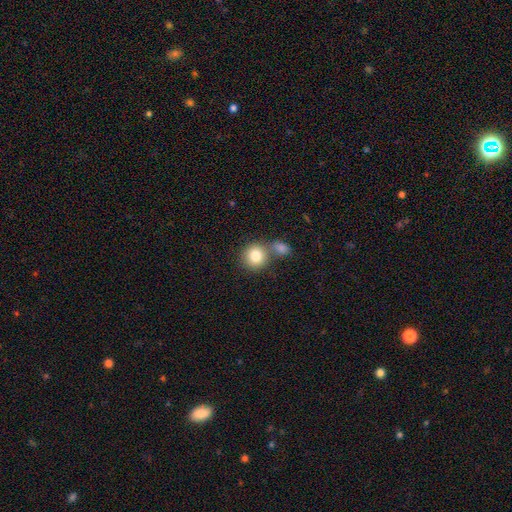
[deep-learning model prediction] A smooth galaxy with no disk features (82%) that is round (87%).

Vote fractions:
- Smooth or featured? smooth: 82% / featured or disk: 9% / star or artifact: 9%
- How rounded? round: 87% / in between: 12% / cigar-shaped: 1%
- Merging? none: 53% / merger: 34% / minor disturbance: 9% / major disturbance: 3%